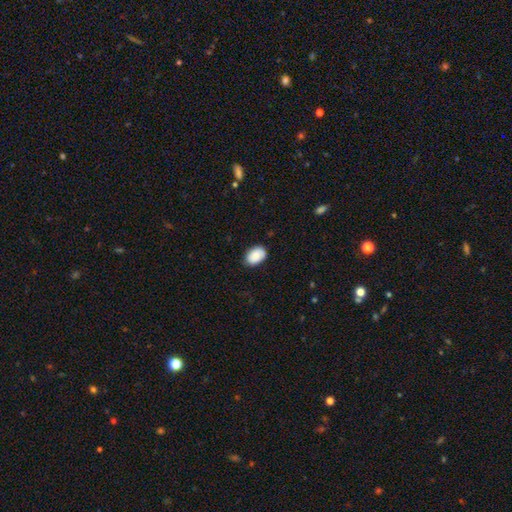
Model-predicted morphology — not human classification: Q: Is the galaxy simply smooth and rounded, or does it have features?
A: smooth — 85%.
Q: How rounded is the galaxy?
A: in between — 87%.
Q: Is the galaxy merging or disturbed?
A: none — 81%.